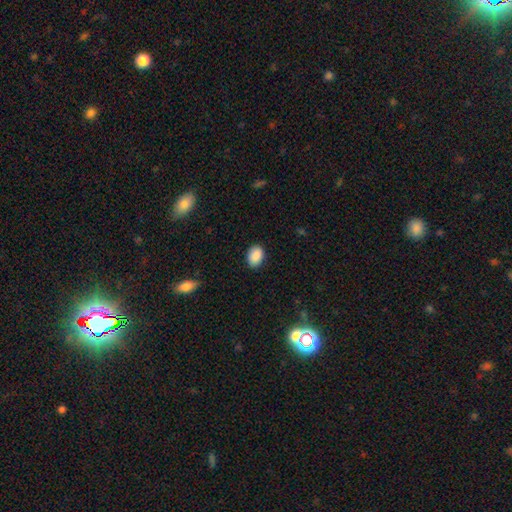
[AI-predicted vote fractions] Smooth or featured: smooth — 89% (star or artifact — 7%)
How rounded: in between — 81% (round — 18%)
Merging: none — 86% (minor disturbance — 10%)